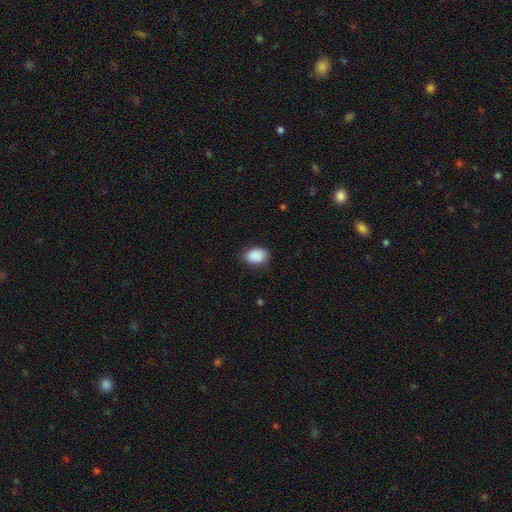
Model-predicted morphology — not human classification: smooth-or-featured: smooth: 90% | star or artifact: 7% | featured or disk: 3%
  how-rounded: in between: 80% | round: 19% | cigar-shaped: 1%
  merging: none: 79% | minor disturbance: 16% | major disturbance: 3% | merger: 1%